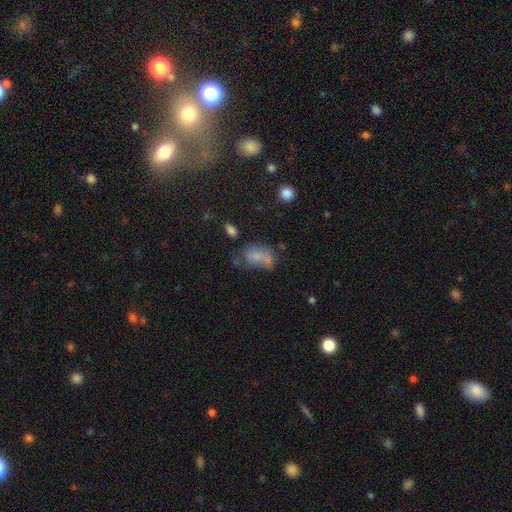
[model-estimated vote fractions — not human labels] Morphology: type=smooth (68%); roundness=in between (86%); merging=none (30%).